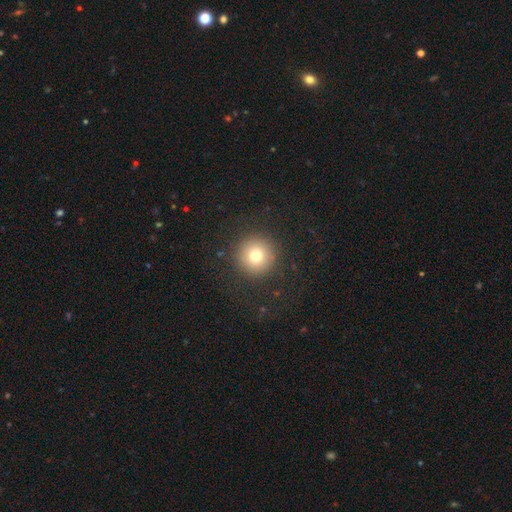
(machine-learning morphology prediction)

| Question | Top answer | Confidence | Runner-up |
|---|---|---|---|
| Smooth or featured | smooth | 75% | star or artifact (13%) |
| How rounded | round | 96% | in between (3%) |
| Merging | none | 90% | minor disturbance (6%) |